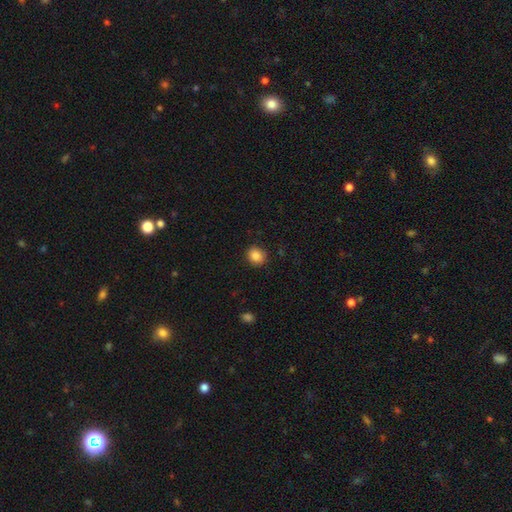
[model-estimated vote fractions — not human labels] A smooth galaxy with no disk features (86%) that is round (77%). Merging: none (89%).